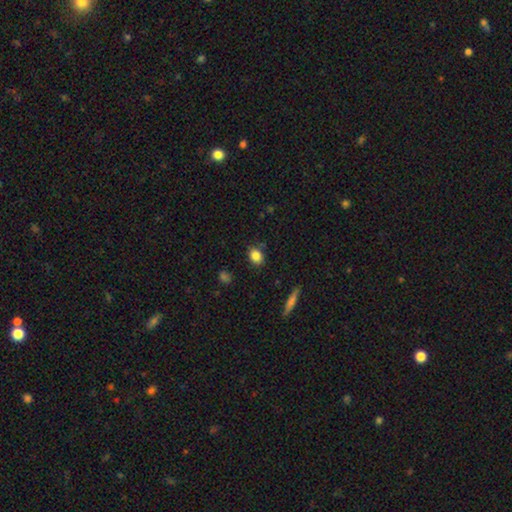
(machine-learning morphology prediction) Q: Smooth or featured?
A: smooth (85%); runner-up: star or artifact (9%)
Q: How rounded?
A: in between (58%); runner-up: round (40%)
Q: Merging?
A: none (84%); runner-up: minor disturbance (11%)